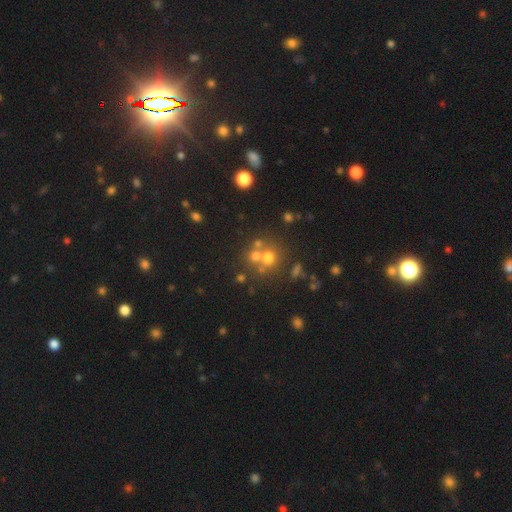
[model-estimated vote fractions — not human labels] Smooth or featured: smooth — 60% (star or artifact — 22%)
How rounded: round — 85% (in between — 14%)
Merging: none — 50% (merger — 37%)